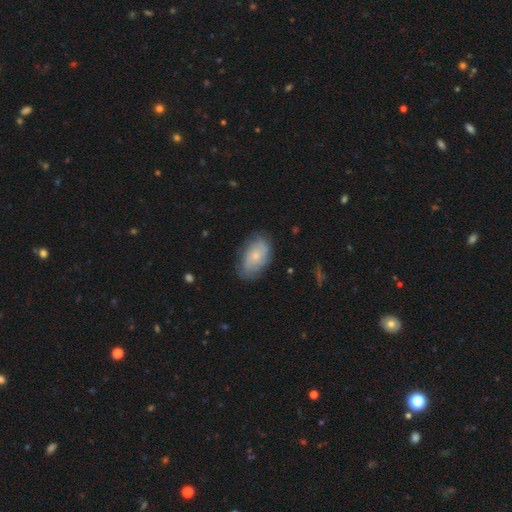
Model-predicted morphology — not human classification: Q: Smooth or featured?
A: smooth (59%); runner-up: featured or disk (35%)
Q: How rounded?
A: in between (90%); runner-up: round (8%)
Q: Merging?
A: none (72%); runner-up: minor disturbance (21%)